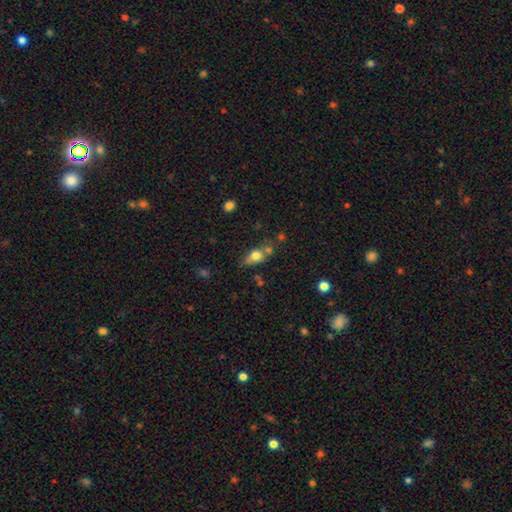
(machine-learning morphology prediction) This is likely a smooth galaxy (73%). How rounded: likely in between (67%). Merging: marginally none (43%).